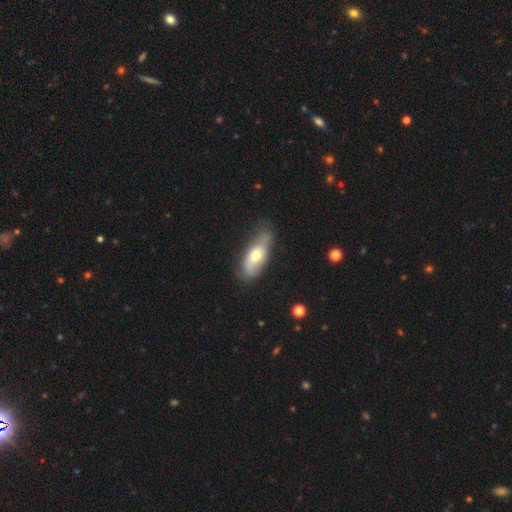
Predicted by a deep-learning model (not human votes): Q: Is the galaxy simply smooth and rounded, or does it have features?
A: smooth — 62%.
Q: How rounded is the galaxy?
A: in between — 78%.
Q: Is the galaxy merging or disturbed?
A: none — 57%.